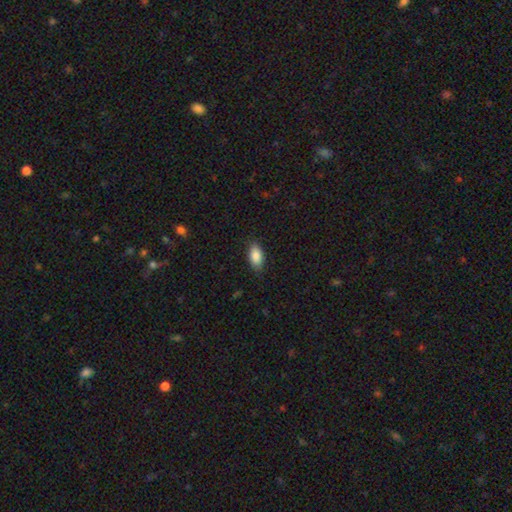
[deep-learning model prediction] Smooth or featured: smooth — 88% (star or artifact — 7%)
How rounded: in between — 91% (cigar-shaped — 6%)
Merging: none — 85% (minor disturbance — 12%)